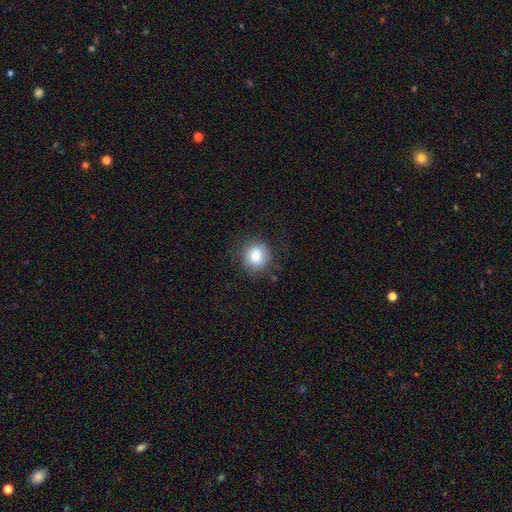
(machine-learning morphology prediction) Smooth or featured: smooth — 79% (featured or disk — 11%)
How rounded: round — 86% (in between — 13%)
Merging: none — 81% (minor disturbance — 13%)